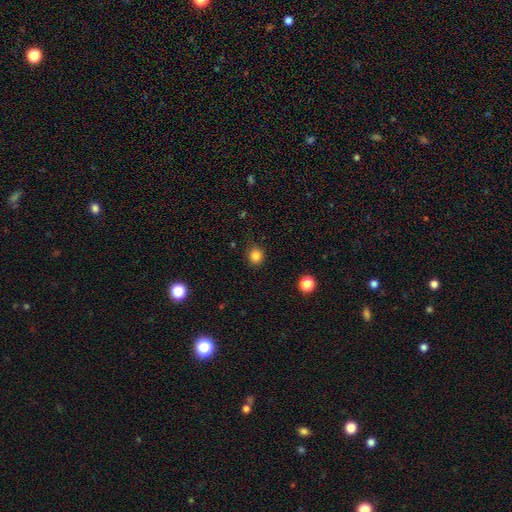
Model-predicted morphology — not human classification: type=smooth (83%); roundness=round (86%); merging=none (86%).